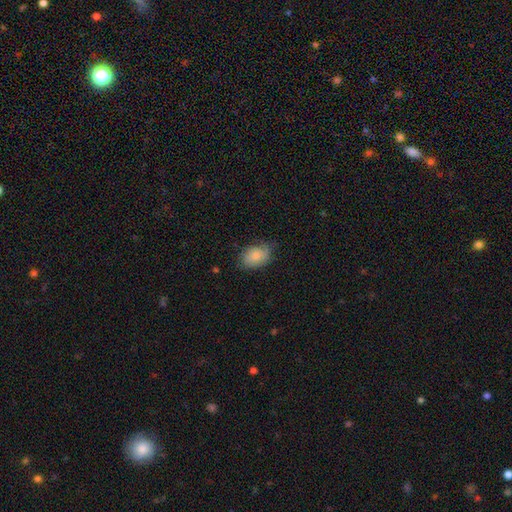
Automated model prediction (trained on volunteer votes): A smooth galaxy with no disk features (79%) that is in between round and cigar-shaped (84%).

Vote fractions:
- Smooth or featured? smooth: 79% / featured or disk: 14% / star or artifact: 7%
- How rounded? in between: 84% / round: 15% / cigar-shaped: 1%
- Merging? none: 65% / minor disturbance: 27% / major disturbance: 7% / merger: 1%